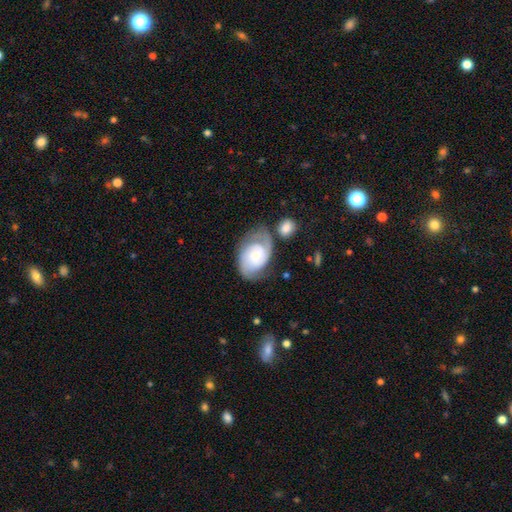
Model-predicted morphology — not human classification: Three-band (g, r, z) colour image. It shows a featured or disk galaxy (70%) with no bar (66%), 2 (73%) tight (46%) spiral arms (92%) and a small central bulge (54%). Merging: none (53%).